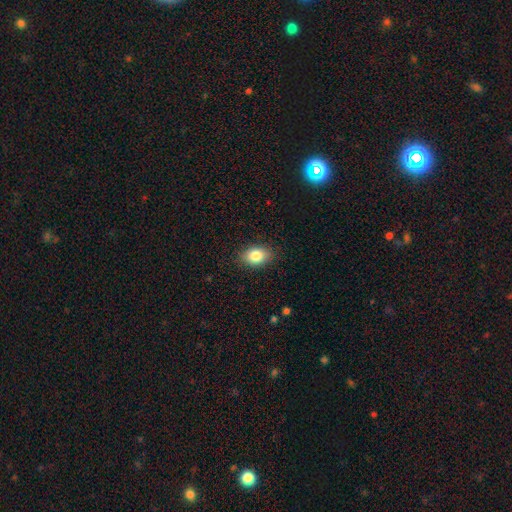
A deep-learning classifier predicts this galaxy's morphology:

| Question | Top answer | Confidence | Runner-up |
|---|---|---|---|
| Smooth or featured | smooth | 84% | star or artifact (8%) |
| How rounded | in between | 77% | round (22%) |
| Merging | none | 86% | minor disturbance (10%) |